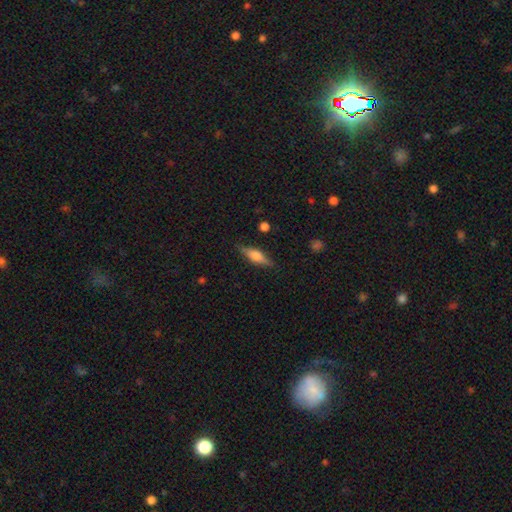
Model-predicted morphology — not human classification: Smooth or featured: featured or disk — 47% (smooth — 46%)
Merging: none — 84% (minor disturbance — 12%)